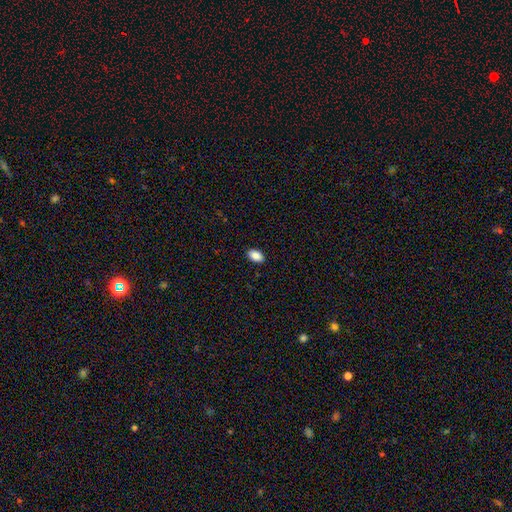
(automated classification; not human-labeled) A smooth galaxy with no disk features (88%) that is in between round and cigar-shaped (92%). Merging: none (90%).